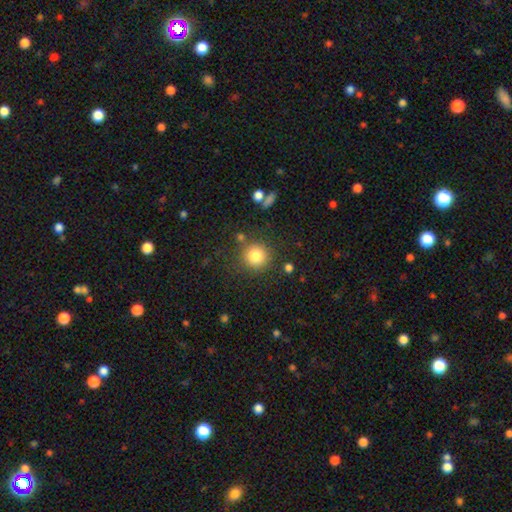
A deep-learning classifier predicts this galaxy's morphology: The model was most divided on "smooth or featured": smooth: 82%, star or artifact: 11%, featured or disk: 7%. More confident: how rounded — round (93%); merging — none (82%).